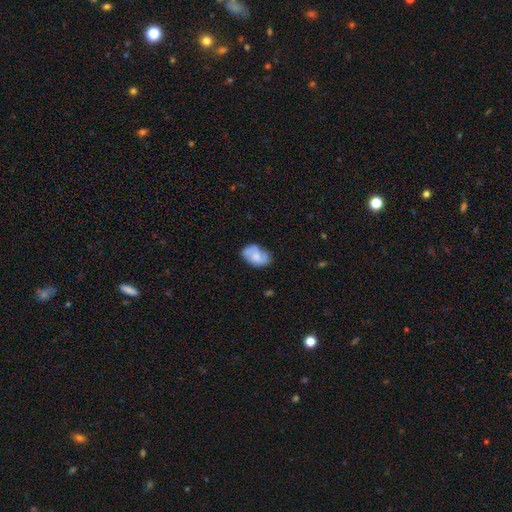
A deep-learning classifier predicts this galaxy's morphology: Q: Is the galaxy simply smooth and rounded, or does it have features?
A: smooth — 54%.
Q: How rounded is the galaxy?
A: in between — 86%.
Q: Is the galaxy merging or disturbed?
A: none — 61%.